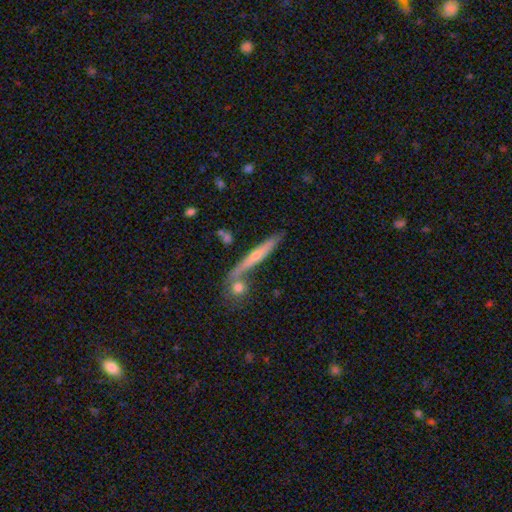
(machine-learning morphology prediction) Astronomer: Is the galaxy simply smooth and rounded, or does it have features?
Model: featured or disk — 56% (runner-up: smooth, 37%).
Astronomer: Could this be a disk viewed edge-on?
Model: yes — 92%.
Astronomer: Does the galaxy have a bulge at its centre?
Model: rounded — 70%.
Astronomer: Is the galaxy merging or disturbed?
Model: none — 70%.